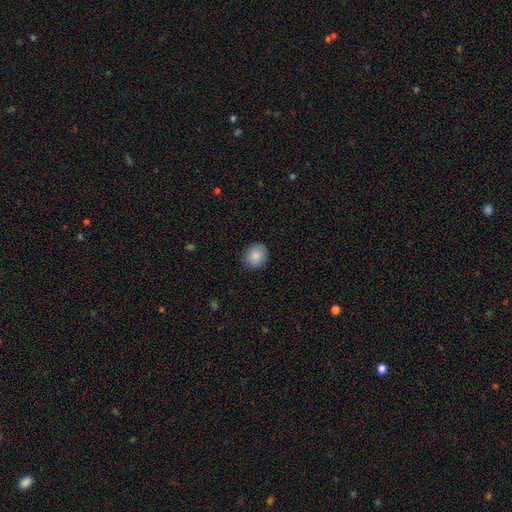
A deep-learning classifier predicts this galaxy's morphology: smooth_or_featured: smooth (p=0.87) [alt: star or artifact p=0.08]
how_rounded: round (p=0.69) [alt: in between p=0.31]
merging: none (p=0.87) [alt: minor disturbance p=0.10]